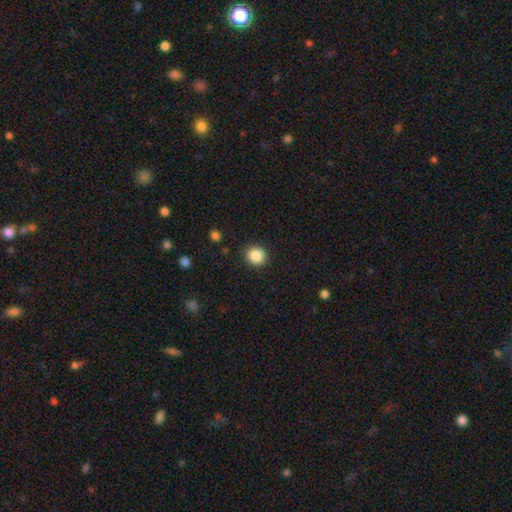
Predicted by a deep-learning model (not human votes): Overall: smooth (87%). How rounded: round (83%). Merging: none (90%).